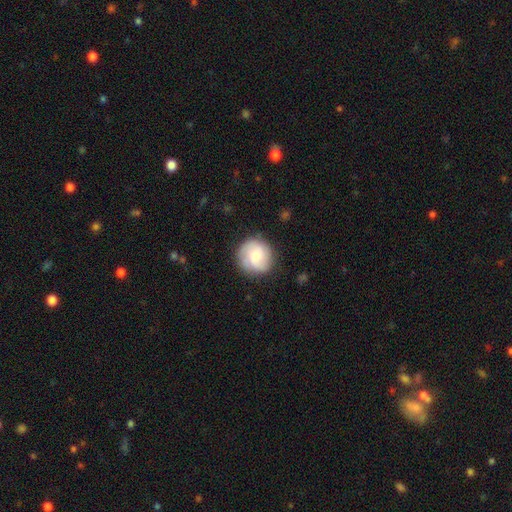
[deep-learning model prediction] Smooth or featured? smooth (52%)
How rounded? round (92%)
Merging? none (81%)